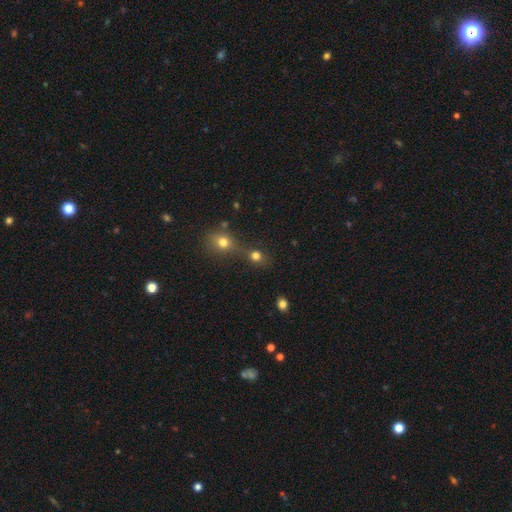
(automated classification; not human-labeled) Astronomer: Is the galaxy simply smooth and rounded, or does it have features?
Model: smooth — 77%.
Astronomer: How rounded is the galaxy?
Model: round — 77%.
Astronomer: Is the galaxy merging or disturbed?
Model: none — 48% (runner-up: merger, 39%).